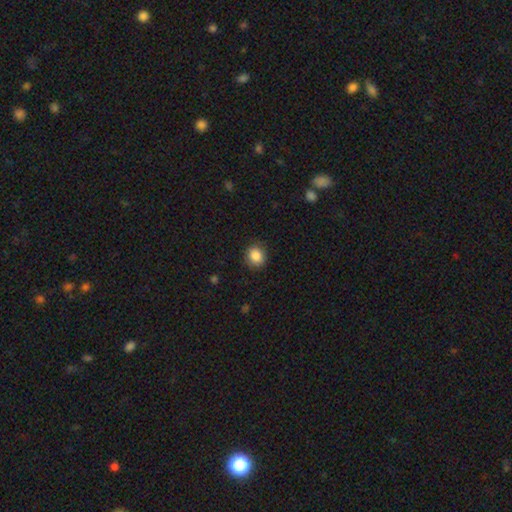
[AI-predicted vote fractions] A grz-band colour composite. It shows a smooth galaxy with no disk features (87%) that is round (76%). Merging: none (85%).